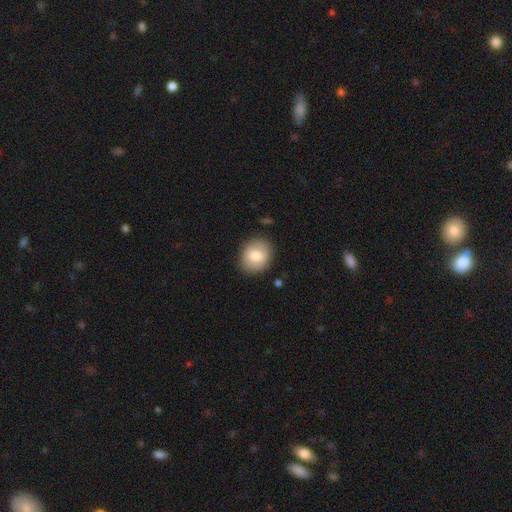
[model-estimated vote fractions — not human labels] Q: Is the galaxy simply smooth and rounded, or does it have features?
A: smooth — 74%.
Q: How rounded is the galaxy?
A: round — 63%.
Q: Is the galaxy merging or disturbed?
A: none — 86%.